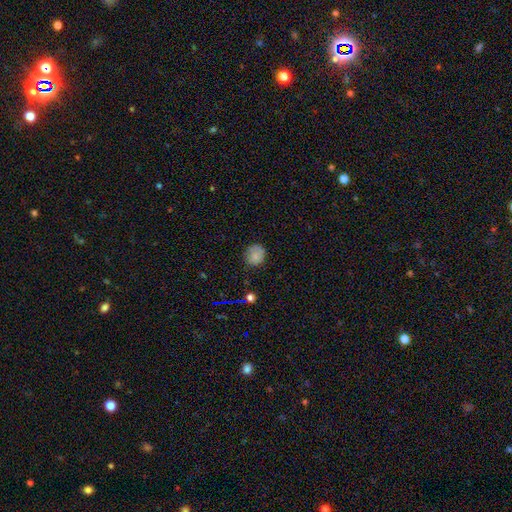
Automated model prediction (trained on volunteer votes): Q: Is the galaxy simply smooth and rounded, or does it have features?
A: smooth — 78%.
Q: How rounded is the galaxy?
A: round — 77%.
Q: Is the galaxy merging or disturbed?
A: none — 73%.